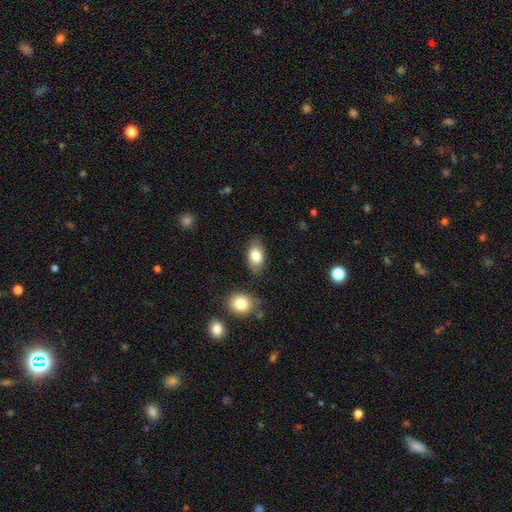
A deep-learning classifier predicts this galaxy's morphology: smooth-or-featured: smooth: 81% | featured or disk: 12% | star or artifact: 7%
  how-rounded: in between: 90% | round: 8% | cigar-shaped: 2%
  merging: none: 81% | minor disturbance: 13% | merger: 3% | major disturbance: 3%